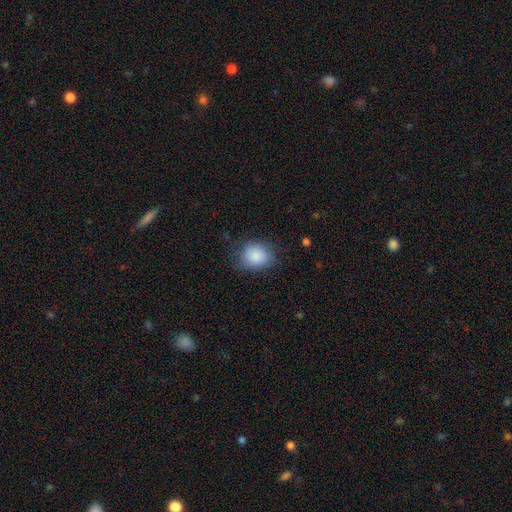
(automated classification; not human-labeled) A smooth galaxy with no disk features (86%) that is round (58%).

Vote fractions:
- Smooth or featured? smooth: 86% / star or artifact: 8% / featured or disk: 6%
- How rounded? round: 58% / in between: 41% / cigar-shaped: 1%
- Merging? none: 71% / minor disturbance: 22% / major disturbance: 7% / merger: 1%